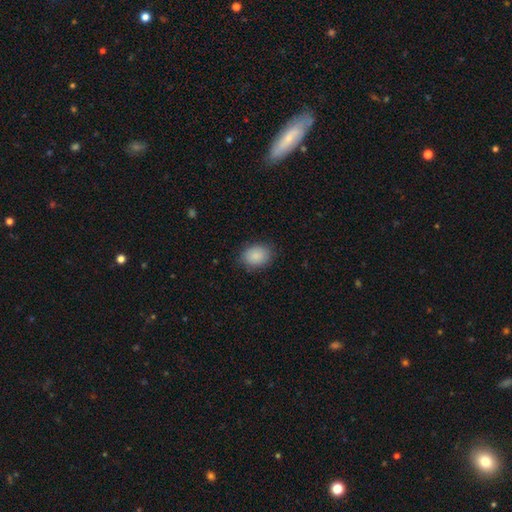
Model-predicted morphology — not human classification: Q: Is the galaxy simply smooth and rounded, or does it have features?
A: smooth — 89%.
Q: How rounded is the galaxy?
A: in between — 68%.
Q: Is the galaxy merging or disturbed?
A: none — 83%.